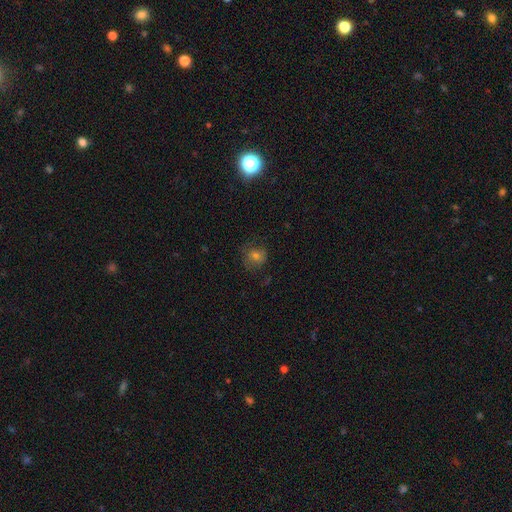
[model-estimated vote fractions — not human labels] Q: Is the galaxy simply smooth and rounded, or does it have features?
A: smooth — 58%.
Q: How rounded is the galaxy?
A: round — 83%.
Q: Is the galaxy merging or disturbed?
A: none — 73%.